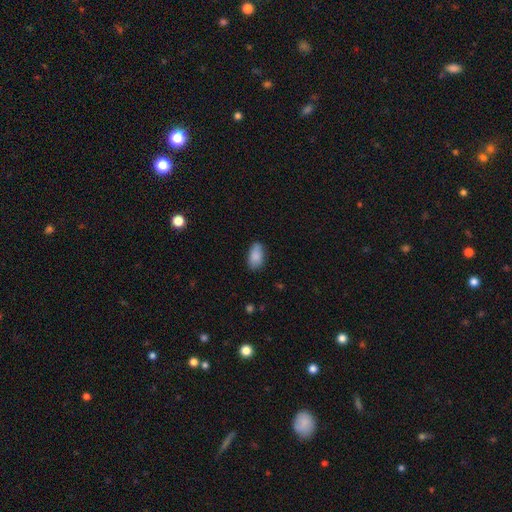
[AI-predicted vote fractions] This appears to be a smooth galaxy with no disk features (87%) that is in between round and cigar-shaped (93%). Merging: none (77%).